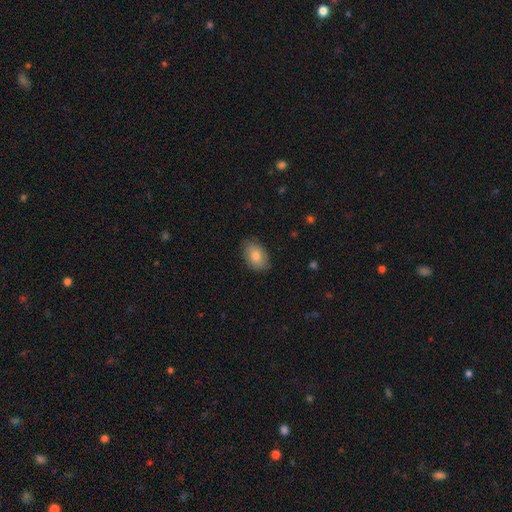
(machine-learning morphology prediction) Smooth or featured? smooth (83%)
How rounded? in between (88%)
Merging? none (84%)